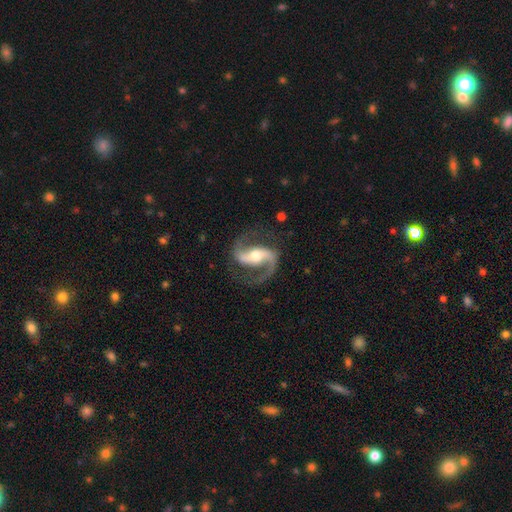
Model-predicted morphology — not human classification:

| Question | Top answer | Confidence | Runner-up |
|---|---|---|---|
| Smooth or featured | featured or disk | 92% | star or artifact (4%) |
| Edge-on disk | no | 97% | yes (3%) |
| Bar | strong | 48% | weak (33%) |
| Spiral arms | yes | 98% | no (2%) |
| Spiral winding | medium | 53% | loose (37%) |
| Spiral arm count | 2 | 92% | 1 (3%) |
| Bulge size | moderate | 68% | small (20%) |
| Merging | none | 79% | minor disturbance (12%) |